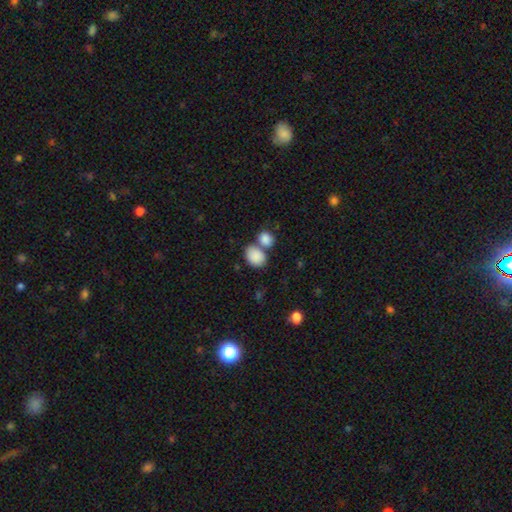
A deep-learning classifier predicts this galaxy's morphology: Overall: smooth (86%). How rounded: in between (64%; round 35%). Merging: merger (44%; none 42%).